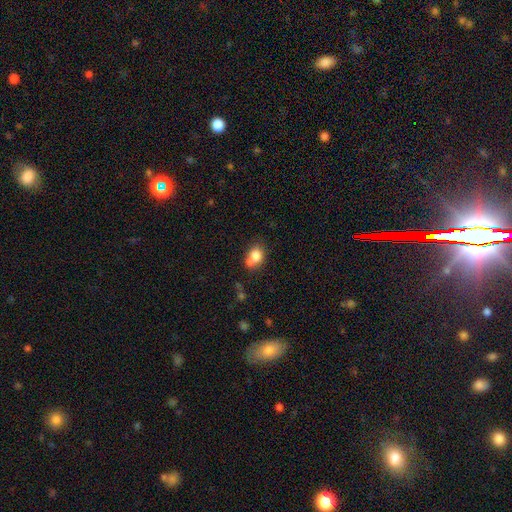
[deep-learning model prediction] smooth 76%, featured or disk 14%, star or artifact 10%. Down the decision tree: how rounded — round (57%); merging — merger (46%).